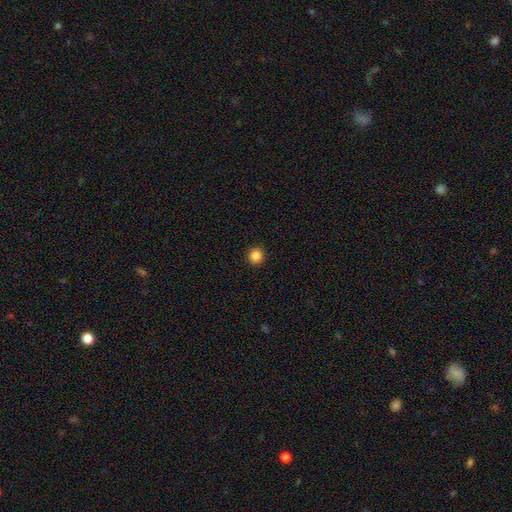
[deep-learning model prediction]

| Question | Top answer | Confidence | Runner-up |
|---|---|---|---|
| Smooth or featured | smooth | 86% | star or artifact (11%) |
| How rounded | round | 94% | in between (5%) |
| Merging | none | 93% | minor disturbance (4%) |